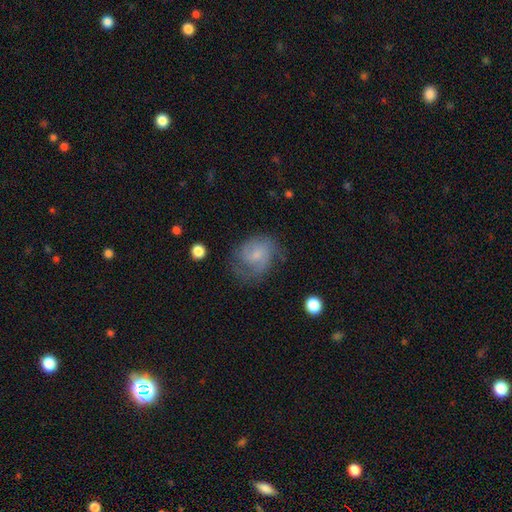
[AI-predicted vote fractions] Smooth or featured? Predicted: featured or disk (p=0.63). Edge-on disk? Predicted: no (p=0.98). Bar? Predicted: no (p=0.66). Spiral arms? Predicted: yes (p=0.88). Spiral winding? Predicted: medium (p=0.43). Spiral arm count? Predicted: 2 (p=0.42). Bulge size? Predicted: small (p=0.66). Merging? Predicted: none (p=0.60).